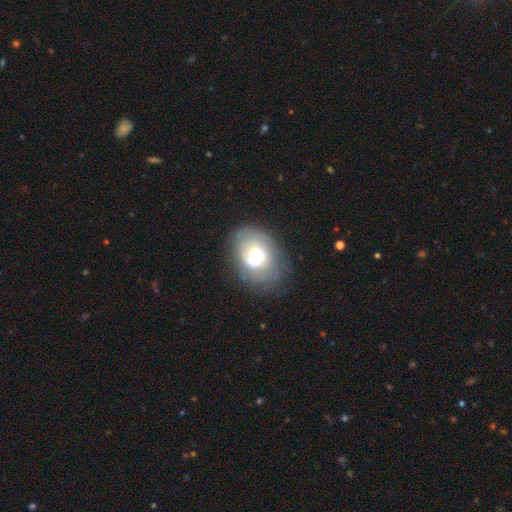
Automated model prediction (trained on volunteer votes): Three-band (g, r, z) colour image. It shows a featured or disk galaxy (54%) with no bar (64%), spiral arms (64%) and a moderate central bulge (46%). Merging: none (55%).